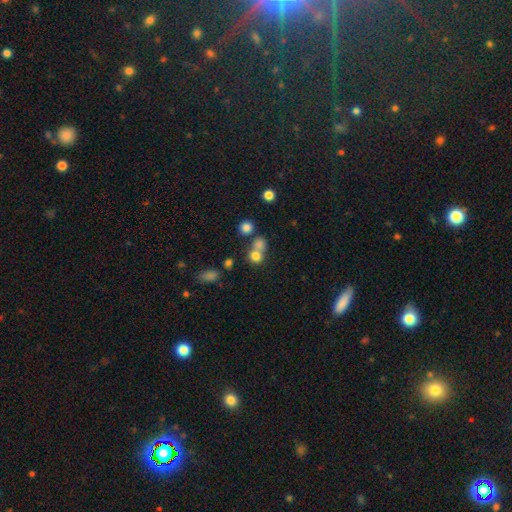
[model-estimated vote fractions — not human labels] smooth-or-featured: smooth: 76% | star or artifact: 15% | featured or disk: 9%
  how-rounded: round: 81% | in between: 18% | cigar-shaped: 1%
  merging: none: 47% | merger: 41% | minor disturbance: 8% | major disturbance: 4%